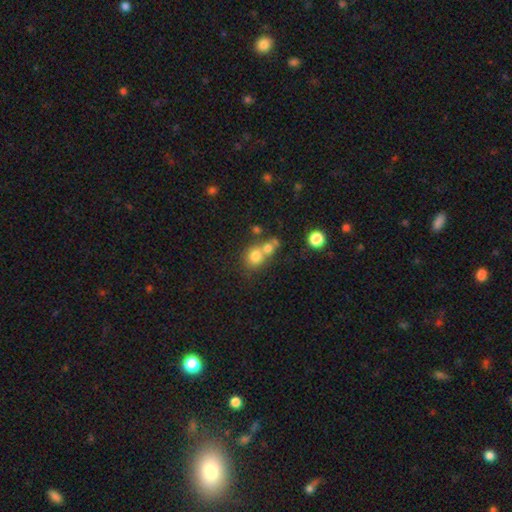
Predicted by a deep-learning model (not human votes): Smooth or featured? Predicted: smooth (p=0.74). How rounded? Predicted: round (p=0.75). Merging? Predicted: merger (p=0.50).